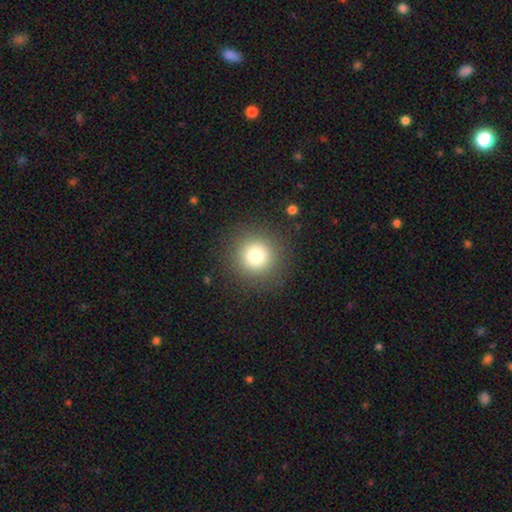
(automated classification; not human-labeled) This is likely a smooth galaxy (77%). How rounded: clearly round (95%). Merging: clearly none (89%).